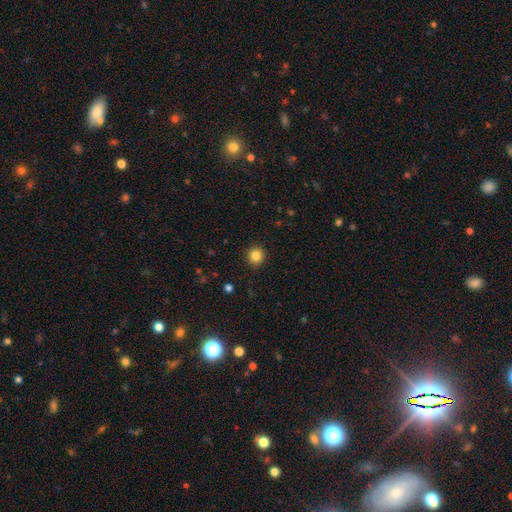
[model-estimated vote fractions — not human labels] A smooth galaxy with no disk features (84%) that is round (93%).

Vote fractions:
- Smooth or featured? smooth: 84% / star or artifact: 11% / featured or disk: 5%
- How rounded? round: 93% / in between: 6% / cigar-shaped: 1%
- Merging? none: 92% / minor disturbance: 5% / major disturbance: 2% / merger: 1%